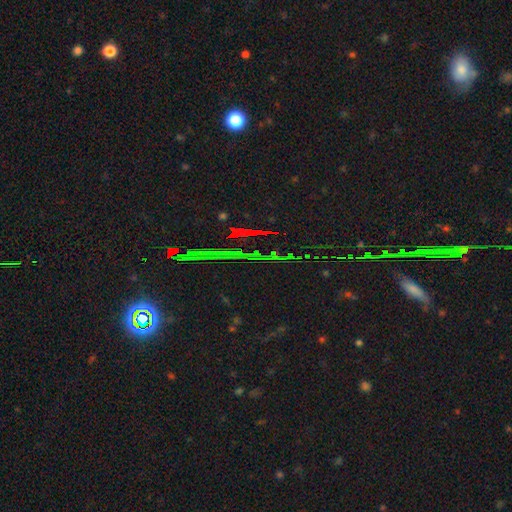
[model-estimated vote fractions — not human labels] star or artifact 77%, featured or disk 12%, smooth 11%.